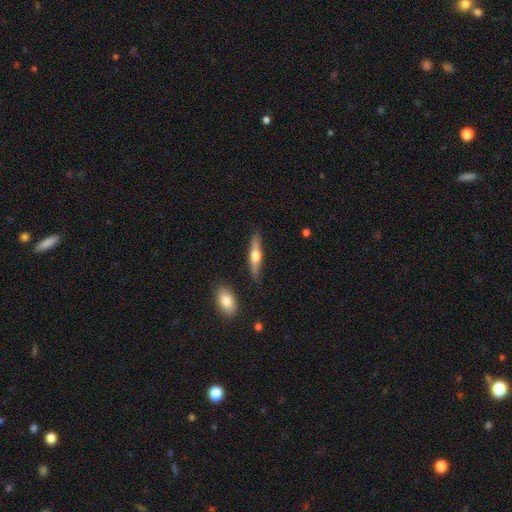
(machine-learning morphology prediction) type=featured or disk (59%); edge-on=yes (95%); edge-on bulge=rounded (94%); merging=none (86%).